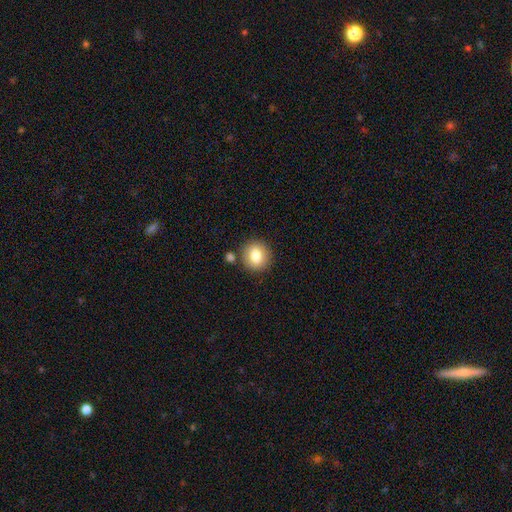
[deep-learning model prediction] smooth-or-featured: smooth: 83% | featured or disk: 9% | star or artifact: 9%
  how-rounded: round: 84% | in between: 15% | cigar-shaped: 1%
  merging: none: 82% | minor disturbance: 9% | merger: 7% | major disturbance: 3%